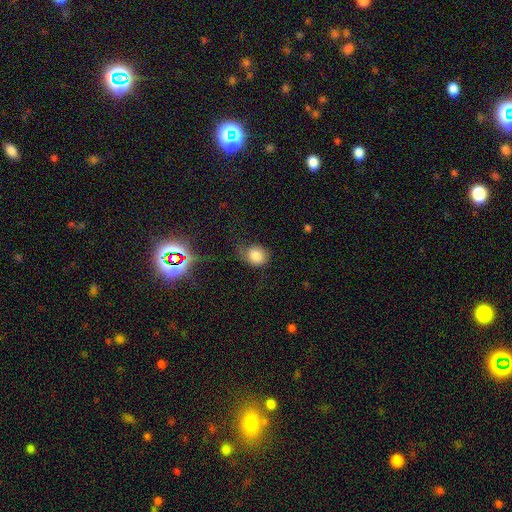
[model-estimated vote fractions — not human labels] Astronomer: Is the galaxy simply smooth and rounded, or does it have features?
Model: smooth — 77%.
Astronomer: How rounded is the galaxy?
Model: round — 69%.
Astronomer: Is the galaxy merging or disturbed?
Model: none — 48% (runner-up: minor disturbance, 28%).